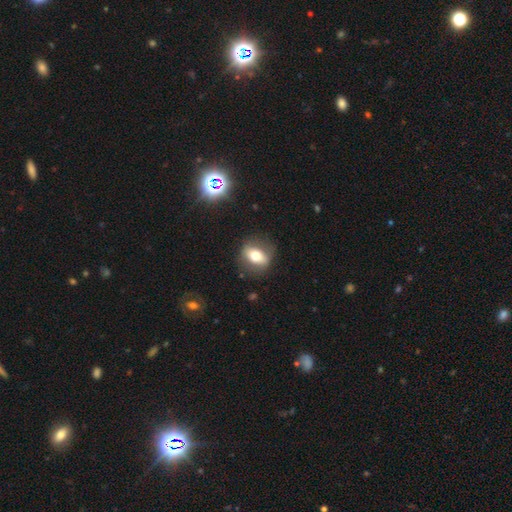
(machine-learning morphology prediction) Smooth or featured? Predicted: smooth (p=0.55). How rounded? Predicted: in between (p=0.59). Merging? Predicted: none (p=0.80).